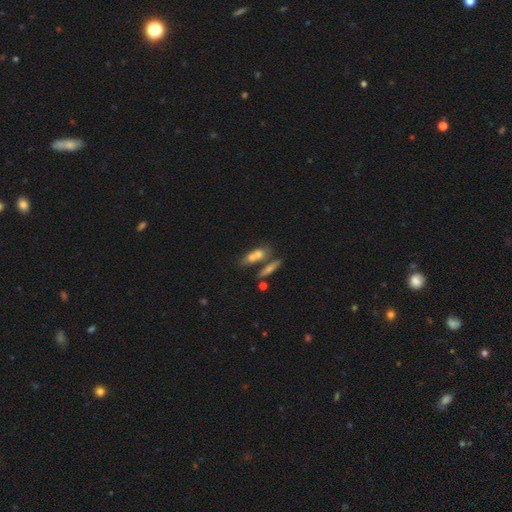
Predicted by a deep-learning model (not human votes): Smooth or featured: smooth — 60% (featured or disk — 30%)
How rounded: in between — 51% (cigar-shaped — 34%)
Merging: merger — 47% (none — 38%)